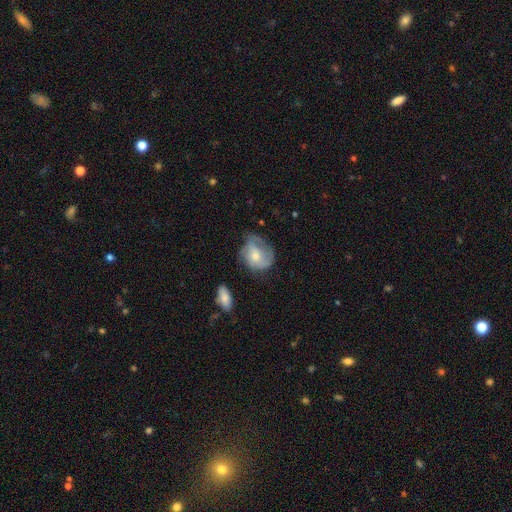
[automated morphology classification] A featured or disk galaxy (52%). Merging: none (45%).